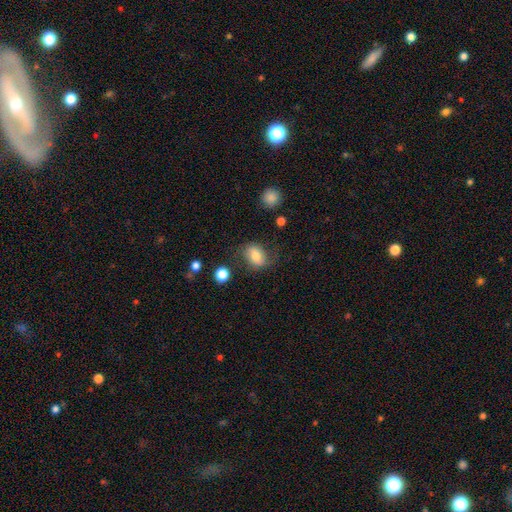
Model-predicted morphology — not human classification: The model was most divided on "how rounded": in between: 67%, round: 32%, cigar-shaped: 1%. More confident: smooth or featured — smooth (72%); merging — none (67%).